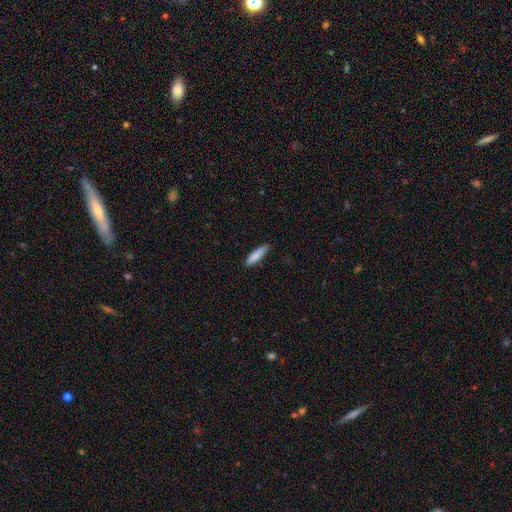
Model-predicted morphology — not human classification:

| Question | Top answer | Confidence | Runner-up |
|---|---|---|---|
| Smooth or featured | smooth | 84% | featured or disk (10%) |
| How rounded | cigar-shaped | 72% | in between (26%) |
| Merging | none | 83% | minor disturbance (13%) |